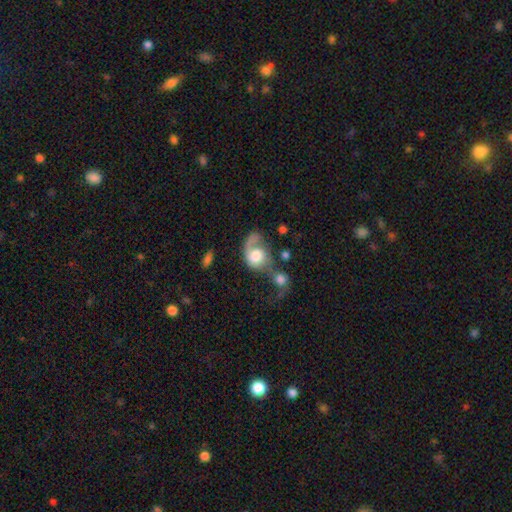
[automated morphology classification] A featured or disk galaxy (49%).

Vote fractions:
- Smooth or featured? featured or disk: 49% / smooth: 44% / star or artifact: 7%
- Merging? merger: 36% / major disturbance: 32% / none: 19% / minor disturbance: 12%